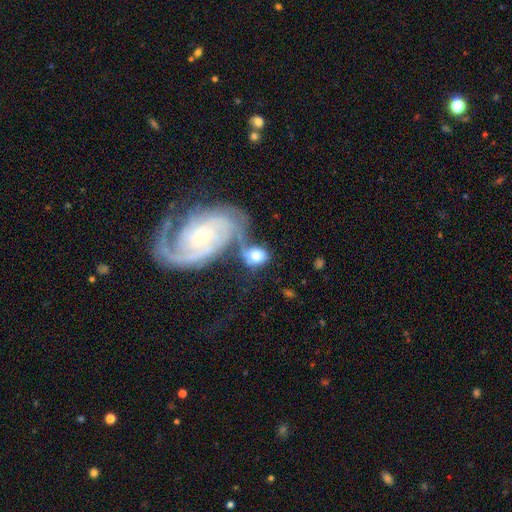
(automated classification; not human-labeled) smooth 50%, featured or disk 41%, star or artifact 9%. Down the decision tree: merging — merger (43%).